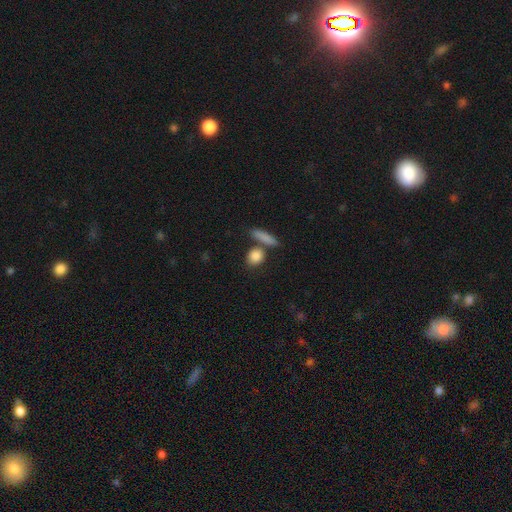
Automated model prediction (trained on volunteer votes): A smooth galaxy with no disk features (86%) that is round (56%). Merging: none (67%).